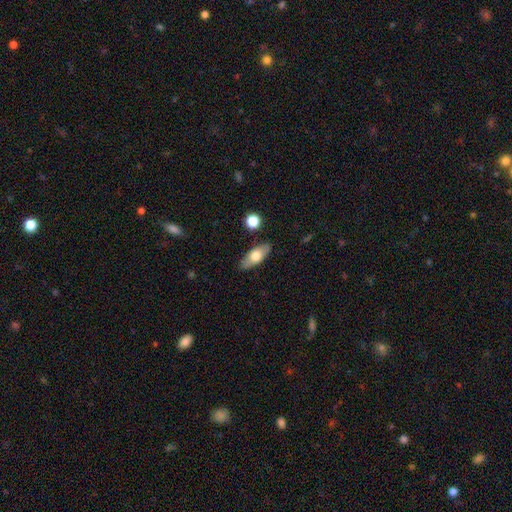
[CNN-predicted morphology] smooth_or_featured: smooth (p=0.65) [alt: featured or disk p=0.28]
how_rounded: in between (p=0.80) [alt: cigar-shaped p=0.16]
merging: none (p=0.85) [alt: minor disturbance p=0.11]